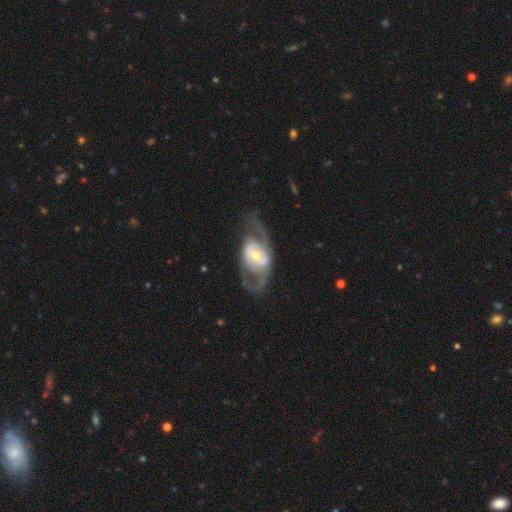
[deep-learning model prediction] This appears to be a featured or disk galaxy (82%) with a weak bar (40%), 2 (82%) medium (48%) spiral arms (81%) and a small central bulge (47%). Merging: none (61%).